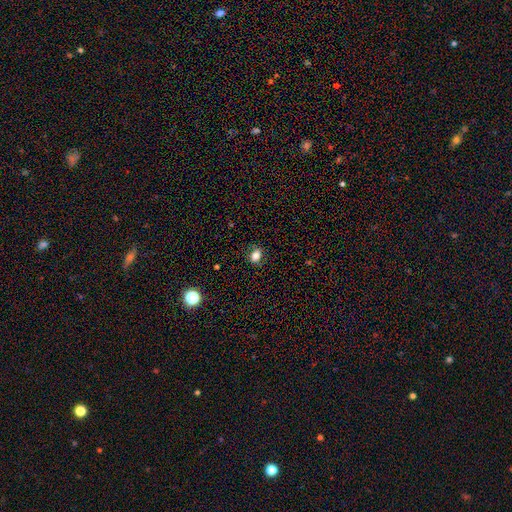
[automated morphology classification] smooth_or_featured: smooth (p=0.78) [alt: star or artifact p=0.14]
how_rounded: in between (p=0.58) [alt: round p=0.41]
merging: none (p=0.84) [alt: minor disturbance p=0.12]